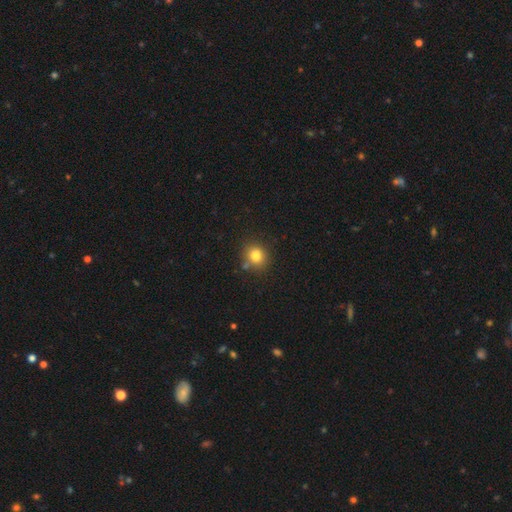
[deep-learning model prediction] Smooth or featured? Predicted: smooth (p=0.81). How rounded? Predicted: round (p=0.78). Merging? Predicted: none (p=0.77).